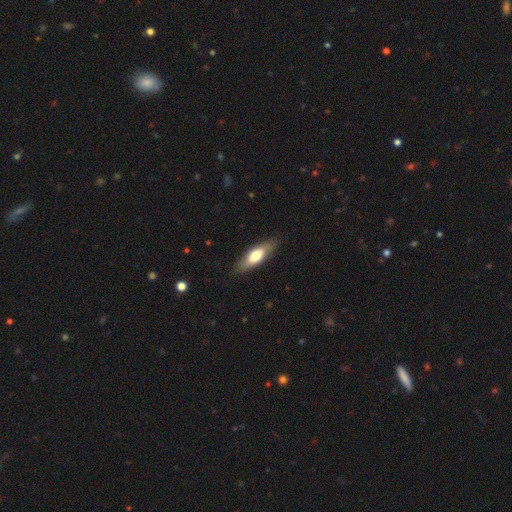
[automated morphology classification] A smooth galaxy with no disk features (61%) that is in between round and cigar-shaped (57%). Merging: none (84%).